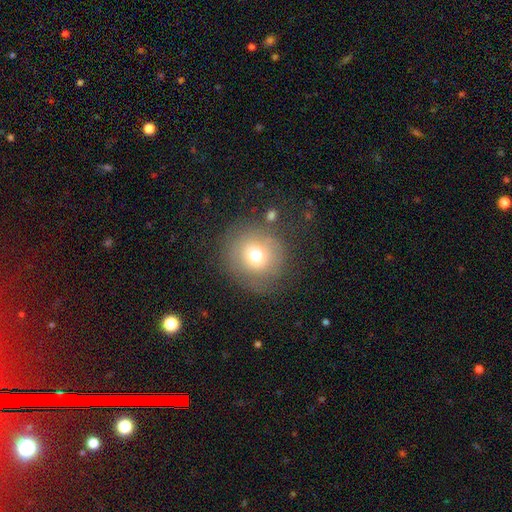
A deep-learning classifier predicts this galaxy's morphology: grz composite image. It shows a smooth galaxy with no disk features (71%) that is round (90%). Merging: none (73%).